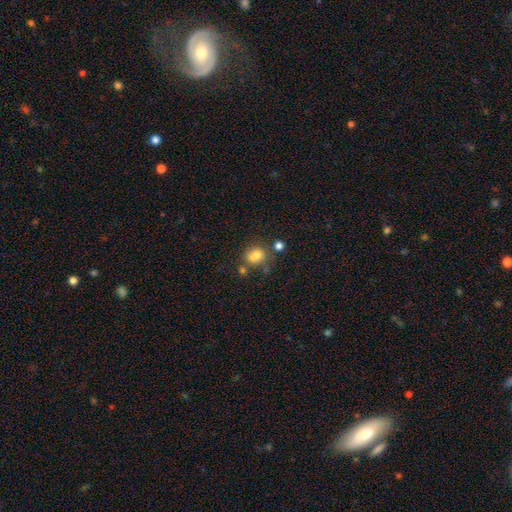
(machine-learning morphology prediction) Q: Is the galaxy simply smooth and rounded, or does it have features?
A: smooth — 74%.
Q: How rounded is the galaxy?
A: round — 53%.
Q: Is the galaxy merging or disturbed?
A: none — 45%.